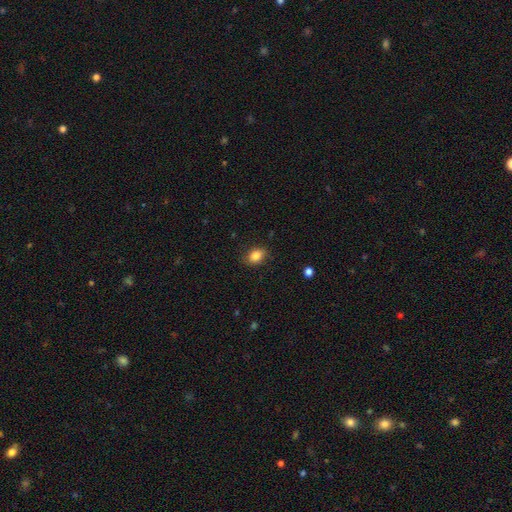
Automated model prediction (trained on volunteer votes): smooth_or_featured: smooth (p=0.85) [alt: star or artifact p=0.09]
how_rounded: in between (p=0.69) [alt: round p=0.30]
merging: none (p=0.82) [alt: minor disturbance p=0.13]